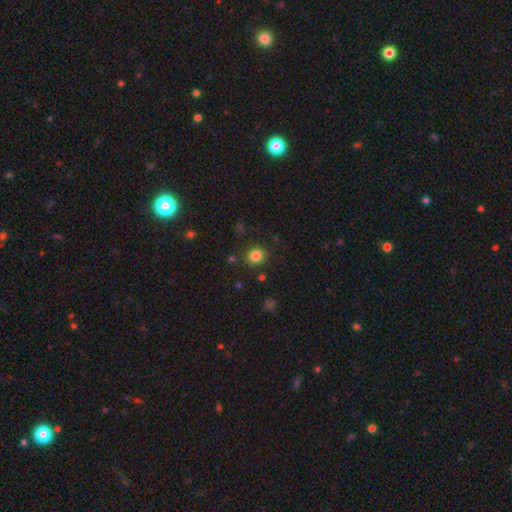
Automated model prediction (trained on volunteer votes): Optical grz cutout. It shows a smooth galaxy with no disk features (83%) that is round (84%). Merging: none (86%).